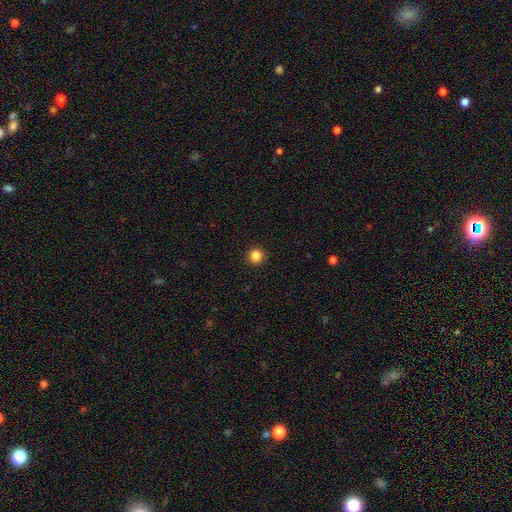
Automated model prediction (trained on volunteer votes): smooth-or-featured: smooth: 85% | star or artifact: 12% | featured or disk: 3%
  how-rounded: round: 96% | in between: 3% | cigar-shaped: 1%
  merging: none: 94% | minor disturbance: 4% | major disturbance: 1% | merger: 1%